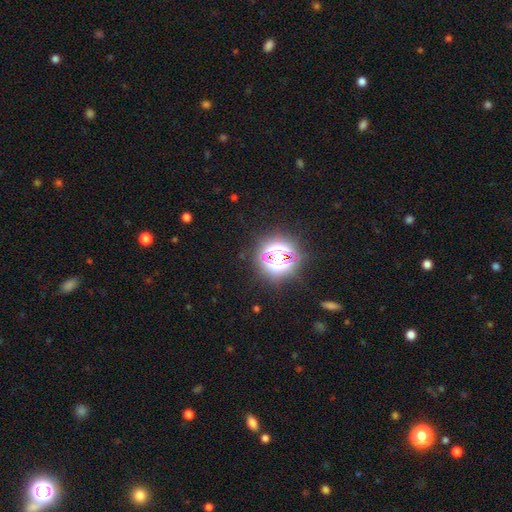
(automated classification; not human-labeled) This is clearly a star or artifact rather than a galaxy (83%).